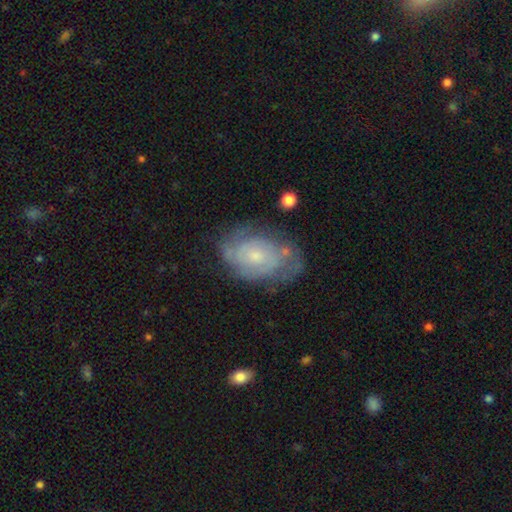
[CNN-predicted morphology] A featured or disk galaxy (72%) with no bar (74%), tight (61%) spiral arms (85%) and a small central bulge (54%). Merging: none (63%).